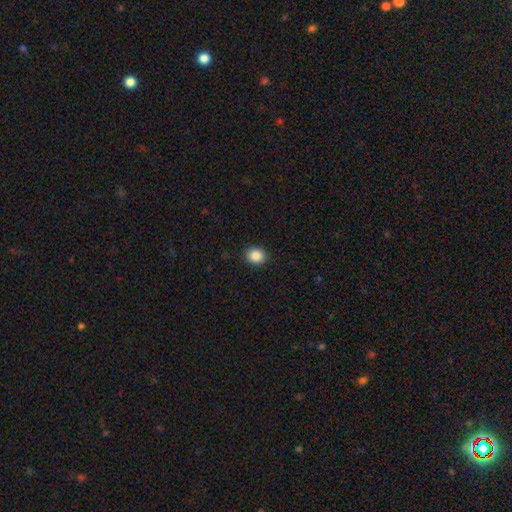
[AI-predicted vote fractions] Smooth or featured? smooth (88%)
How rounded? round (67%)
Merging? none (91%)